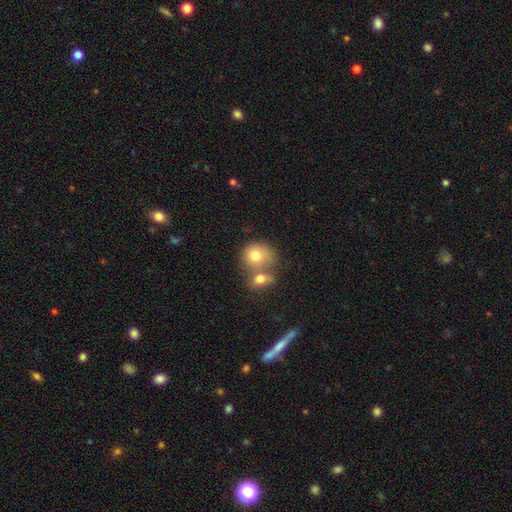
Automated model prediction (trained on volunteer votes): A smooth galaxy with no disk features (76%) that is round (68%).

Vote fractions:
- Smooth or featured? smooth: 76% / featured or disk: 15% / star or artifact: 9%
- How rounded? round: 68% / in between: 31% / cigar-shaped: 1%
- Merging? merger: 53% / none: 32% / minor disturbance: 10% / major disturbance: 5%